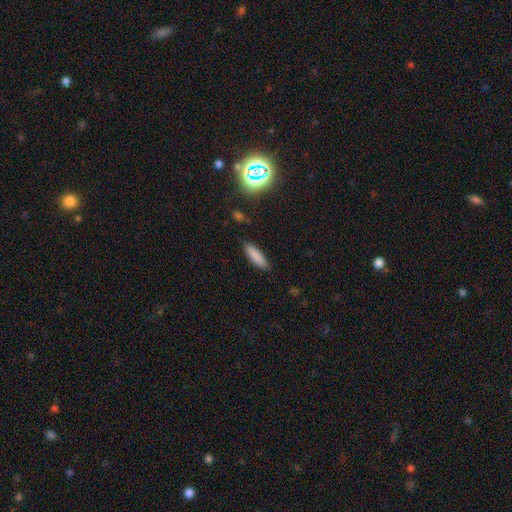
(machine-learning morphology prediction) This appears to be a smooth galaxy with no disk features (85%) that is cigar-shaped (52%). Merging: none (87%).